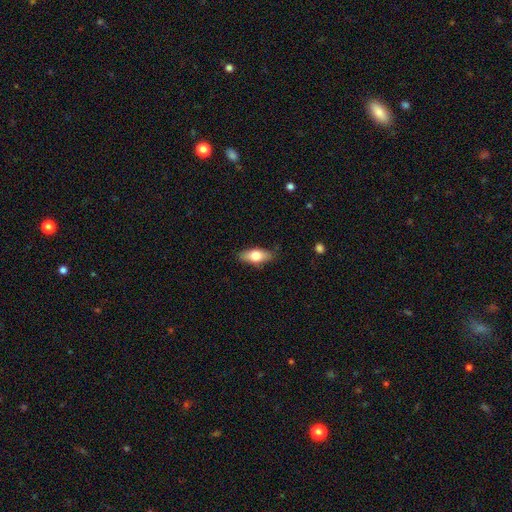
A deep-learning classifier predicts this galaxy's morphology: Smooth or featured? Predicted: smooth (p=0.67). How rounded? Predicted: in between (p=0.79). Merging? Predicted: none (p=0.83).